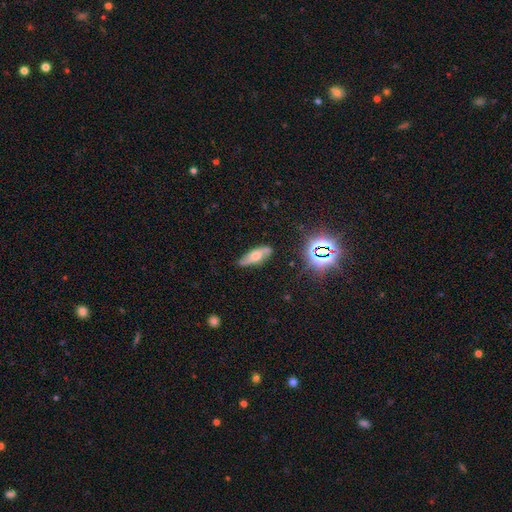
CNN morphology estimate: A featured or disk galaxy (45%).

Vote fractions:
- Smooth or featured? featured or disk: 45% / smooth: 37% / star or artifact: 18%
- Merging? none: 75% / minor disturbance: 19% / major disturbance: 4% / merger: 2%